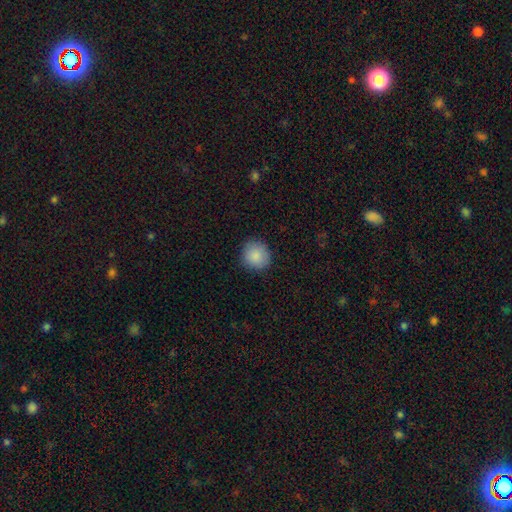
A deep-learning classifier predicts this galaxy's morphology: Smooth or featured? Predicted: smooth (p=0.88). How rounded? Predicted: round (p=0.91). Merging? Predicted: none (p=0.88).